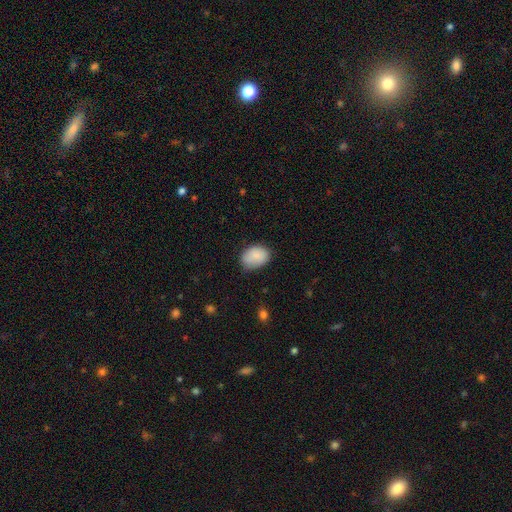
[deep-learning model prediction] smooth 87%, star or artifact 7%, featured or disk 6%. Down the decision tree: how rounded — in between (73%); merging — none (68%).